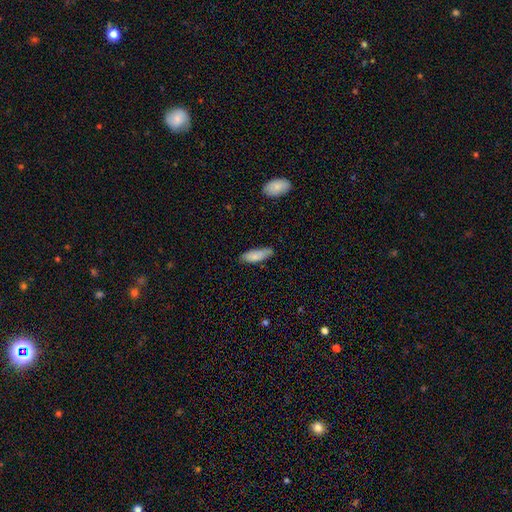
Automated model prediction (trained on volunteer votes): smooth-or-featured: smooth: 81% | featured or disk: 12% | star or artifact: 6%
  how-rounded: in between: 64% | cigar-shaped: 35% | round: 2%
  merging: none: 68% | minor disturbance: 26% | major disturbance: 4% | merger: 2%